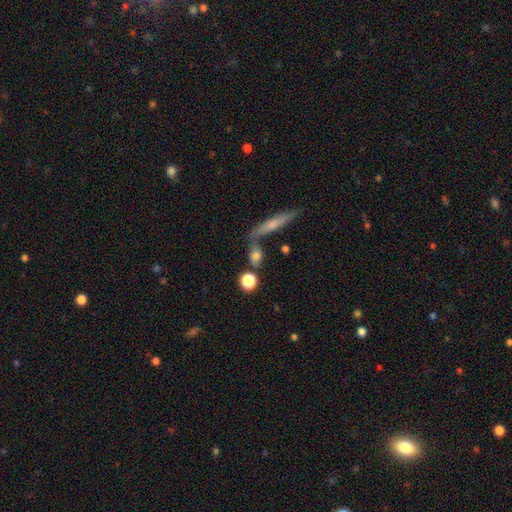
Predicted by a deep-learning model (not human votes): Q: Smooth or featured?
A: smooth (71%); runner-up: featured or disk (16%)
Q: How rounded?
A: round (50%); runner-up: in between (29%)
Q: Merging?
A: none (61%); runner-up: merger (23%)